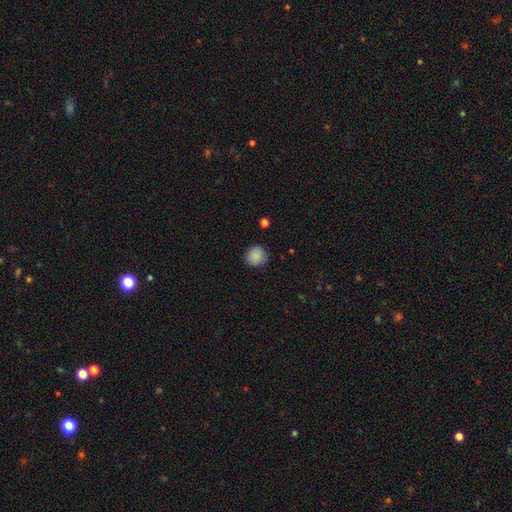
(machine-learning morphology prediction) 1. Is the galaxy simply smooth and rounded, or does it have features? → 88% smooth, 9% star or artifact, 4% featured or disk.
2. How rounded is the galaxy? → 90% round, 9% in between, 1% cigar-shaped.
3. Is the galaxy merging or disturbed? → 86% none, 11% minor disturbance, 2% major disturbance, 1% merger.